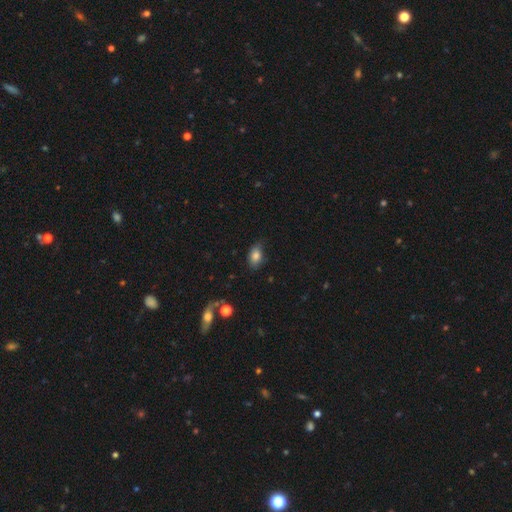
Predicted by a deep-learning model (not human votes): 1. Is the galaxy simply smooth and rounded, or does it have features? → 81% smooth, 10% featured or disk, 9% star or artifact.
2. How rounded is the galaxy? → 86% in between, 12% round, 2% cigar-shaped.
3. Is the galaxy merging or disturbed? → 69% none, 23% minor disturbance, 6% major disturbance, 2% merger.